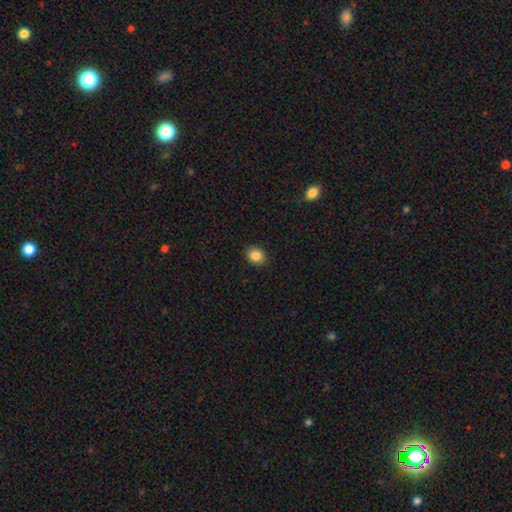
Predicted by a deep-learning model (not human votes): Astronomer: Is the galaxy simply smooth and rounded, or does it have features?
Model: smooth — 86%.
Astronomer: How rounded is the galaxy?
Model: round — 62% (runner-up: in between, 37%).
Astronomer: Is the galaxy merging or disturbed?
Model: none — 90%.